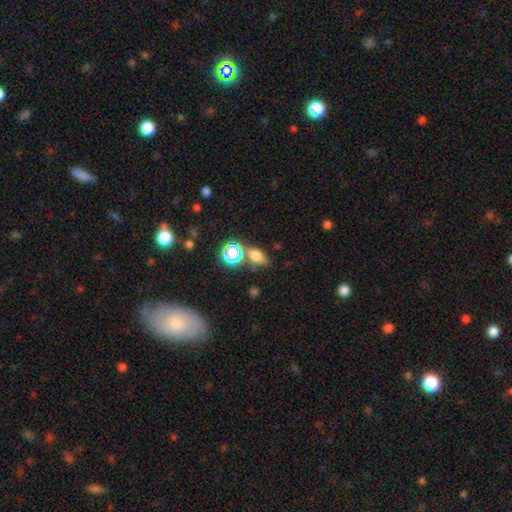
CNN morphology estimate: smooth 64%, star or artifact 26%, featured or disk 10%. Down the decision tree: how rounded — in between (76%); merging — none (67%).